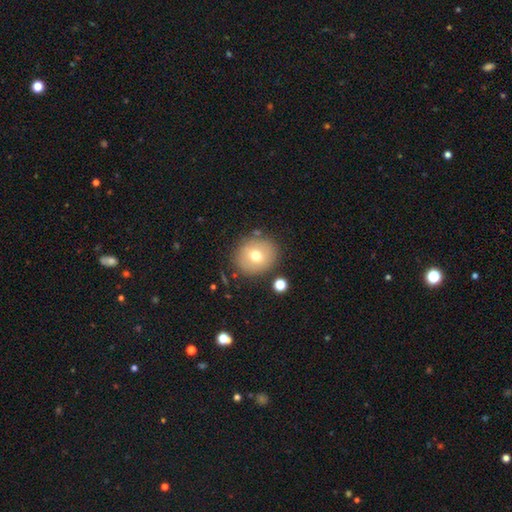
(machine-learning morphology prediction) Smooth or featured?
  - smooth: 69% *
  - featured or disk: 20%
  - star or artifact: 11%
How rounded?
  - round: 83% *
  - in between: 16%
  - cigar-shaped: 1%
Merging?
  - none: 83% *
  - minor disturbance: 10%
  - merger: 4%
  - major disturbance: 3%